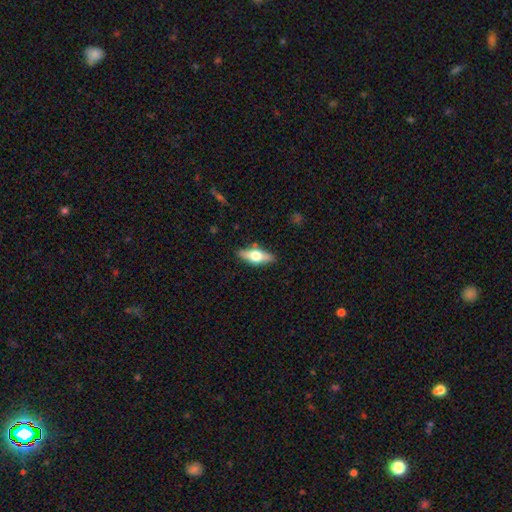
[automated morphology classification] Smooth or featured? Predicted: featured or disk (p=0.48). Merging? Predicted: none (p=0.85).